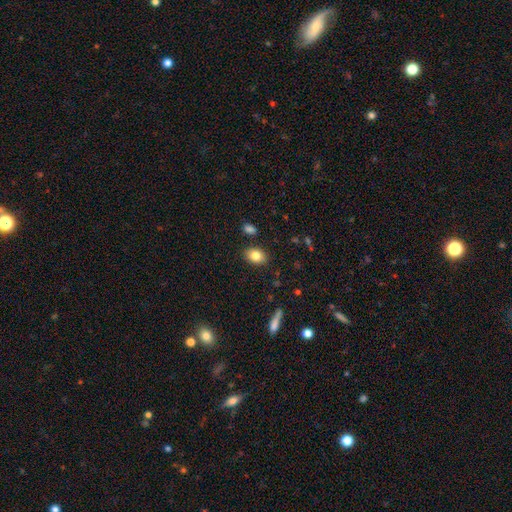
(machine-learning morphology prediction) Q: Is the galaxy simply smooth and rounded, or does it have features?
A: smooth — 82%.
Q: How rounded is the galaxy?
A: in between — 78%.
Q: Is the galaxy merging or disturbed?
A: none — 86%.